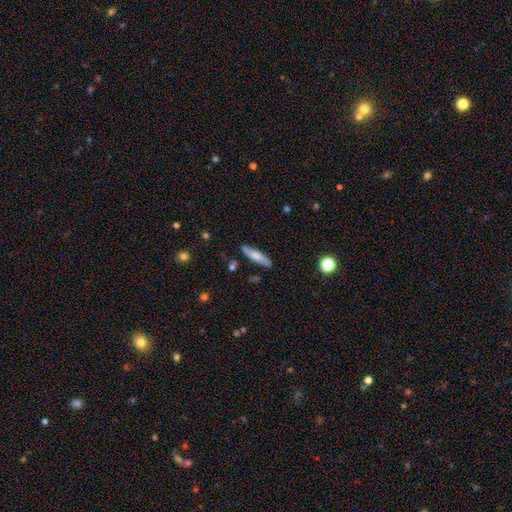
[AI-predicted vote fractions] A smooth galaxy with no disk features (62%) that is cigar-shaped (76%).

Vote fractions:
- Smooth or featured? smooth: 62% / featured or disk: 32% / star or artifact: 6%
- How rounded? cigar-shaped: 76% / in between: 22% / round: 2%
- Merging? none: 83% / minor disturbance: 12% / major disturbance: 2% / merger: 2%